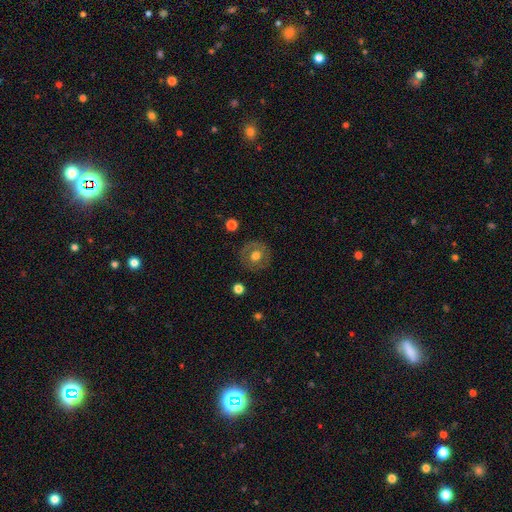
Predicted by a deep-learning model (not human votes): The model was most divided on "smooth or featured": smooth: 58%, featured or disk: 34%, star or artifact: 8%. More confident: how rounded — round (90%); merging — none (86%).